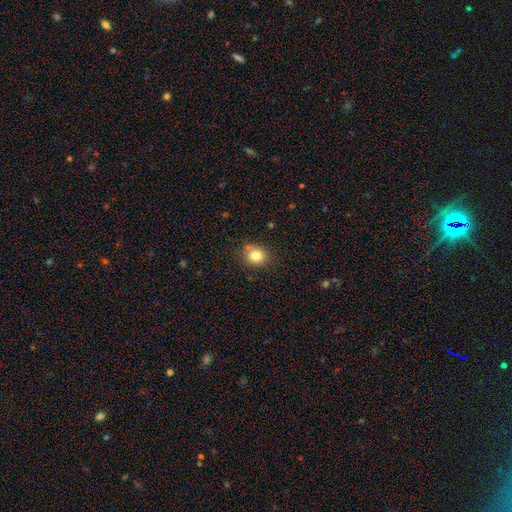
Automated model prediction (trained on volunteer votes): Overall: smooth (80%). How rounded: round (69%; in between 30%). Merging: none (77%).